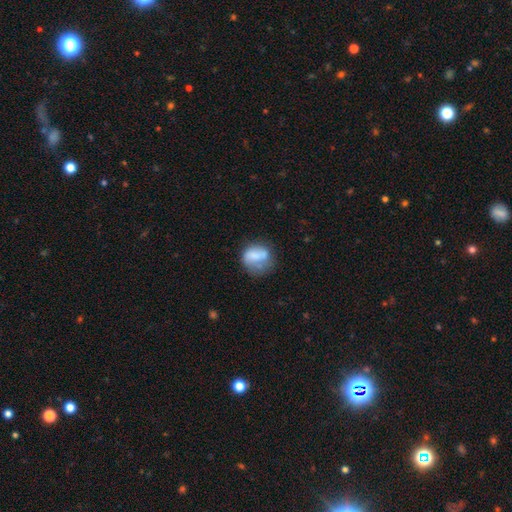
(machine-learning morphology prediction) This is likely a smooth galaxy (65%). How rounded: possibly round (58%). Merging: marginally none (40%).